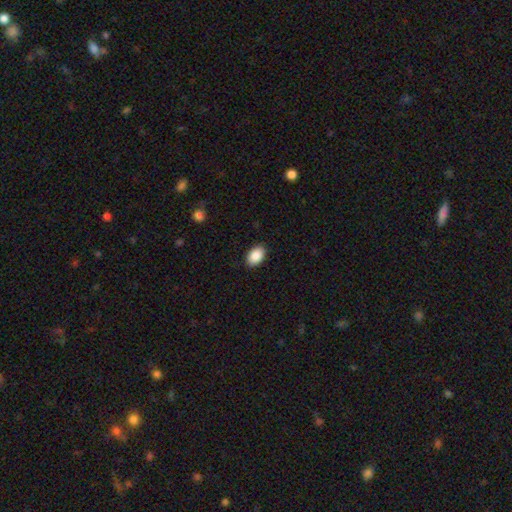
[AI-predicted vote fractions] This is clearly a smooth galaxy (89%). How rounded: clearly in between (89%). Merging: clearly none (89%).